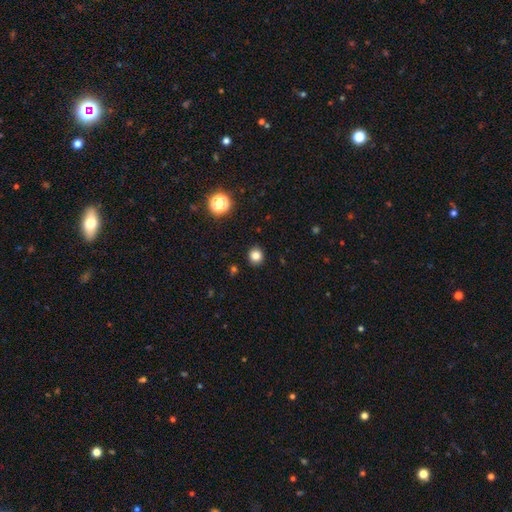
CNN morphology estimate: Smooth or featured: smooth — 81% (star or artifact — 13%)
How rounded: round — 86% (in between — 13%)
Merging: none — 91% (minor disturbance — 6%)